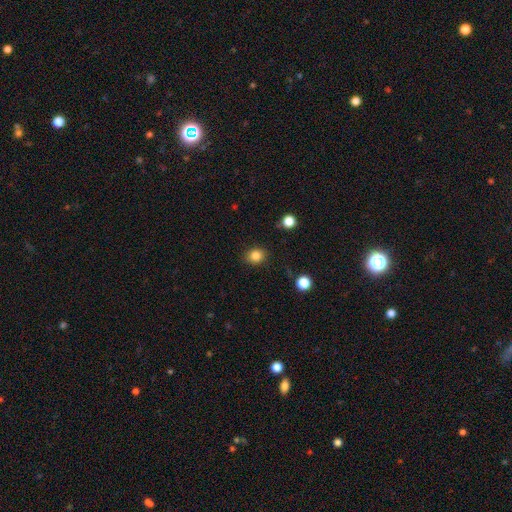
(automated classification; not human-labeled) smooth 83%, star or artifact 11%, featured or disk 5%. Down the decision tree: how rounded — round (61%); merging — none (87%).